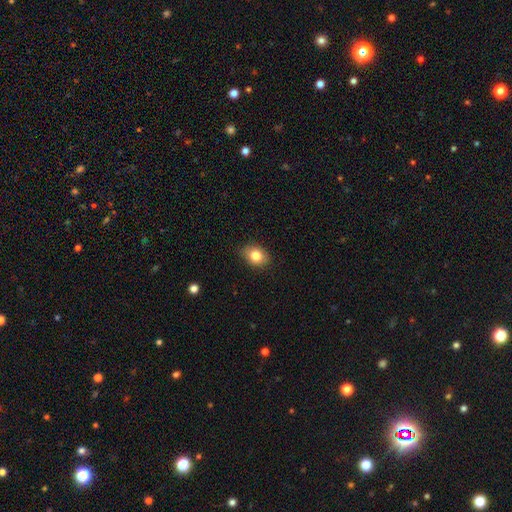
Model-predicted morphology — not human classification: Smooth or featured?
  - smooth: 82% *
  - star or artifact: 9%
  - featured or disk: 9%
How rounded?
  - in between: 66% *
  - round: 32%
  - cigar-shaped: 1%
Merging?
  - none: 85% *
  - minor disturbance: 12%
  - major disturbance: 2%
  - merger: 1%